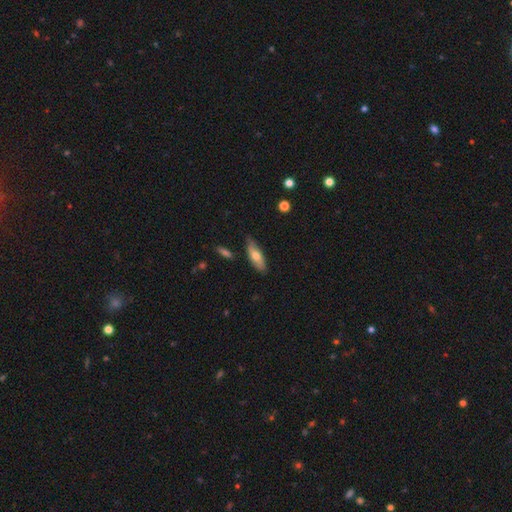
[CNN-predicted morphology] Smooth or featured?
  - smooth: 65% *
  - featured or disk: 28%
  - star or artifact: 6%
How rounded?
  - in between: 67% *
  - cigar-shaped: 30%
  - round: 3%
Merging?
  - none: 75% *
  - minor disturbance: 19%
  - major disturbance: 3%
  - merger: 3%